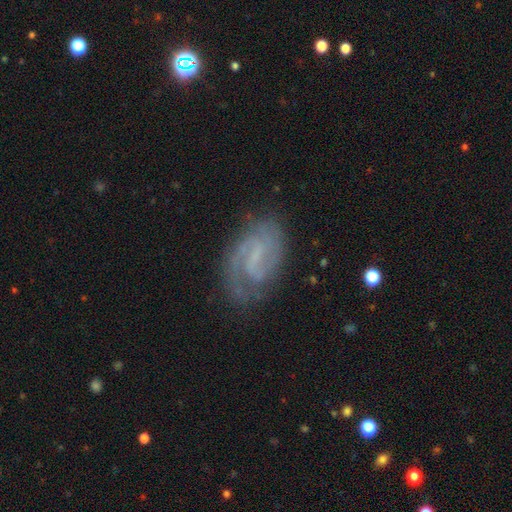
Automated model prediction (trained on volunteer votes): The model was most divided on "spiral winding": medium: 44%, tight: 38%, loose: 18%. Remaining: edge-on disk — no (97%); spiral arms — yes (93%); smooth or featured — featured or disk (80%); merging — none (72%); spiral arm count — 2 (66%); bar — weak (53%); bulge size — none (49%).